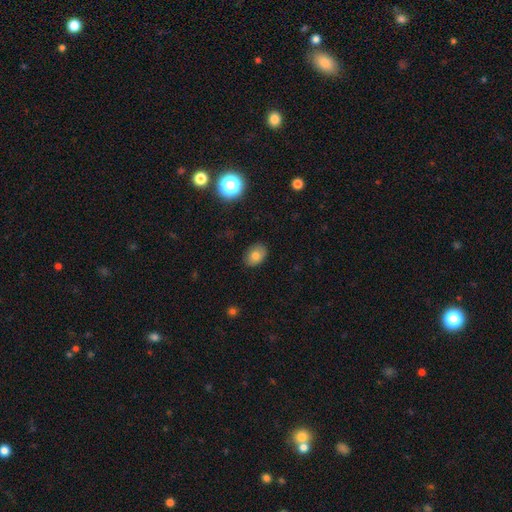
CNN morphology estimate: This is likely a smooth galaxy (77%). How rounded: likely in between (78%). Merging: clearly none (85%).